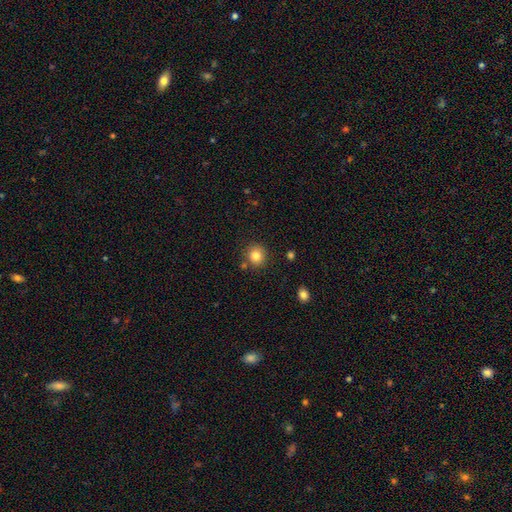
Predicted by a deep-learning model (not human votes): Morphology: type=smooth (83%); roundness=round (89%); merging=none (84%).